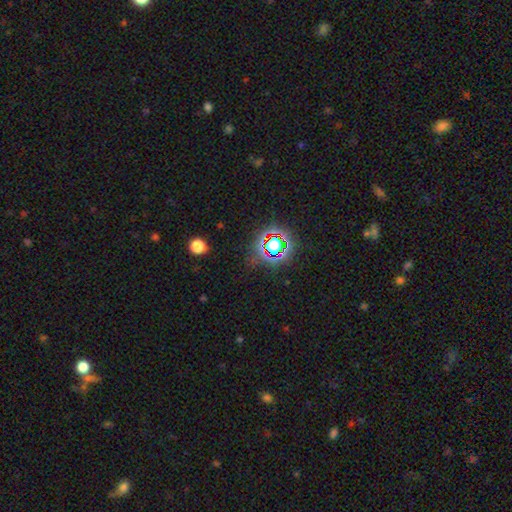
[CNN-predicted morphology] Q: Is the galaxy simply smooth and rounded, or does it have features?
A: star or artifact — 77%.